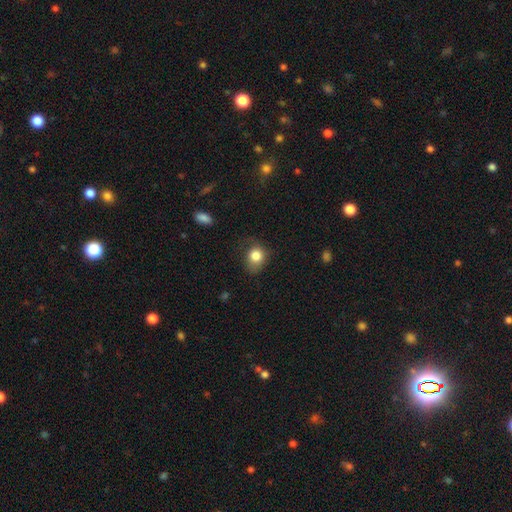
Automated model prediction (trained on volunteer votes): Smooth or featured? smooth (82%)
How rounded? round (61%)
Merging? none (57%)